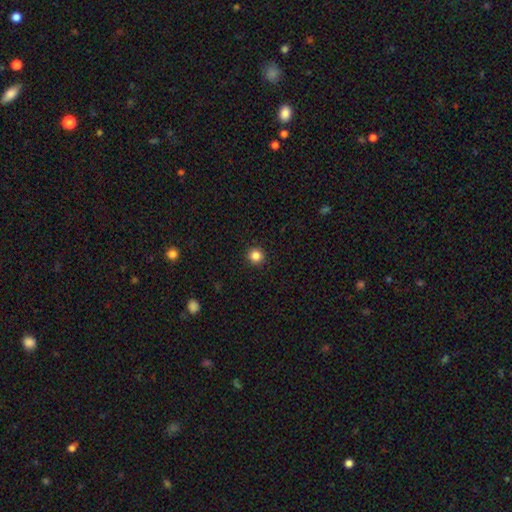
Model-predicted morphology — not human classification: Smooth or featured? Predicted: smooth (p=0.85). How rounded? Predicted: round (p=0.95). Merging? Predicted: none (p=0.93).